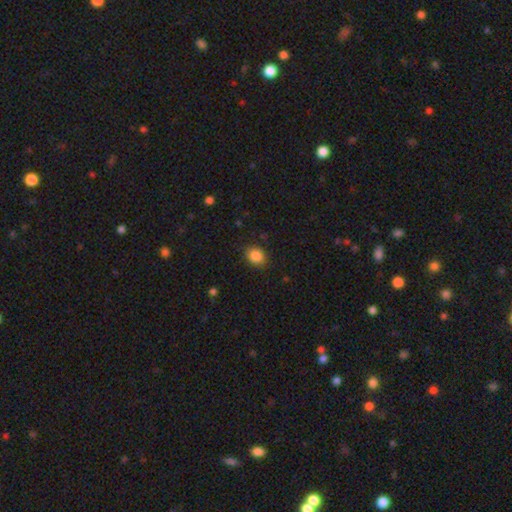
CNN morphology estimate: This is clearly a smooth galaxy (86%). How rounded: possibly round (57%). Merging: clearly none (85%).